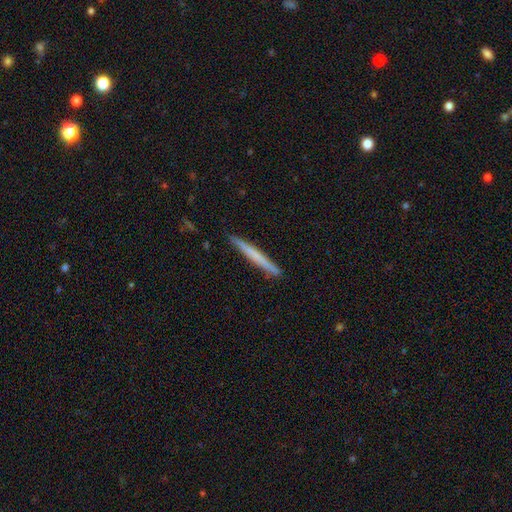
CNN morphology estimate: type=smooth (56%); roundness=cigar-shaped (97%); merging=none (91%).